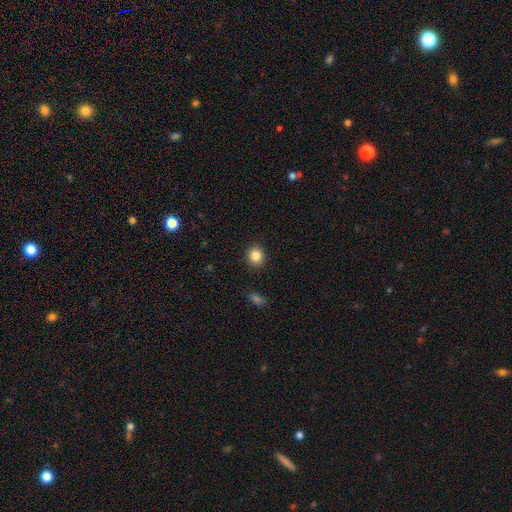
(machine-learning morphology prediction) smooth_or_featured: smooth (p=0.85) [alt: star or artifact p=0.10]
how_rounded: round (p=0.77) [alt: in between p=0.22]
merging: none (p=0.91) [alt: minor disturbance p=0.06]